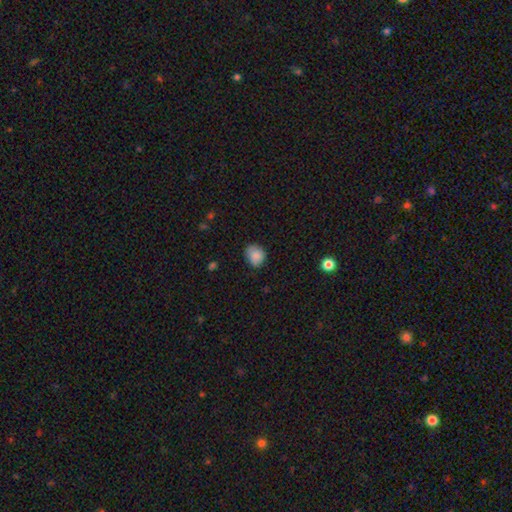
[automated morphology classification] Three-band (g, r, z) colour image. It shows a smooth galaxy with no disk features (86%) that is round (57%). Merging: none (74%).